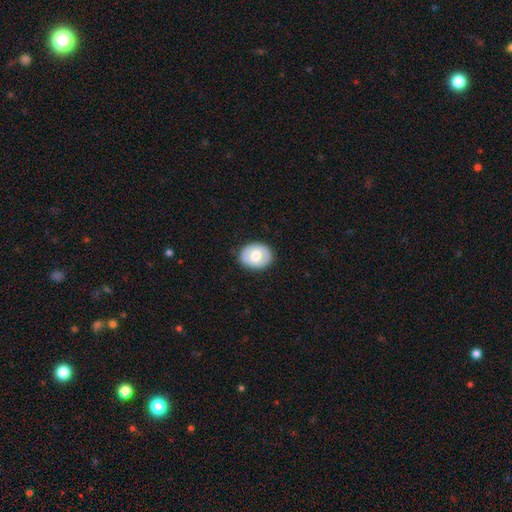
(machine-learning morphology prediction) A smooth galaxy with no disk features (60%) that is in between round and cigar-shaped (53%). Merging: none (86%).